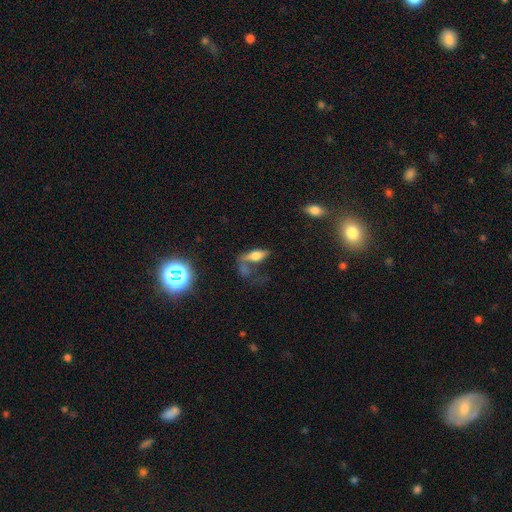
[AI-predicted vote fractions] A smooth galaxy with no disk features (54%) that is in between round and cigar-shaped (61%). Merging: none (39%).